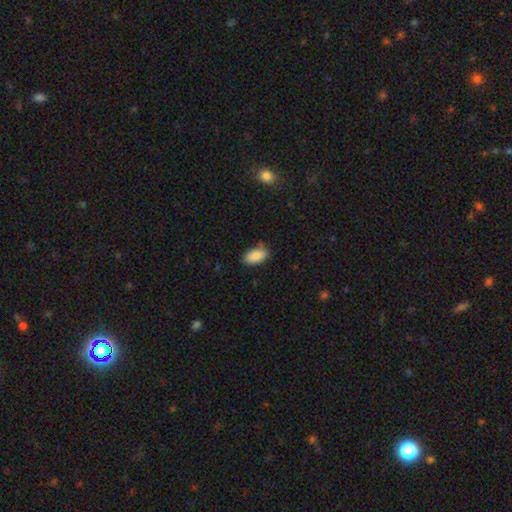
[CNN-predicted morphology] Smooth or featured: smooth — 88% (star or artifact — 7%)
How rounded: in between — 94% (round — 4%)
Merging: none — 78% (minor disturbance — 17%)